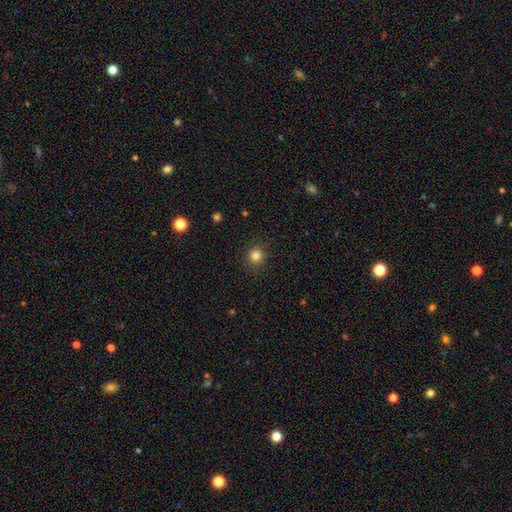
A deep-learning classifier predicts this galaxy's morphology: smooth_or_featured: smooth (p=0.84) [alt: star or artifact p=0.12]
how_rounded: round (p=0.91) [alt: in between p=0.08]
merging: none (p=0.89) [alt: minor disturbance p=0.07]